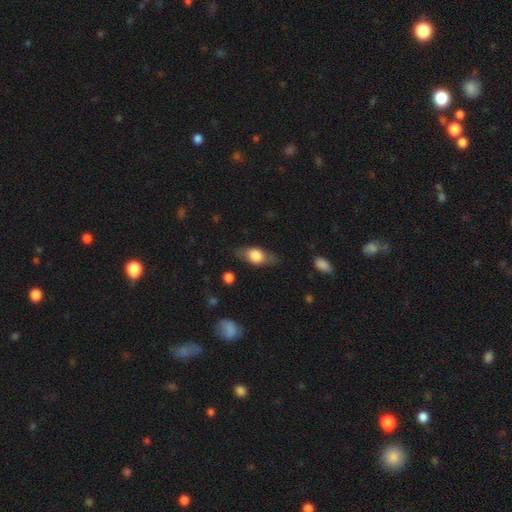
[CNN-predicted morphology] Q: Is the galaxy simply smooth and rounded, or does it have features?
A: smooth — 66%.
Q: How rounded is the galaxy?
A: in between — 80%.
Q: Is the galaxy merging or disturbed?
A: none — 75%.